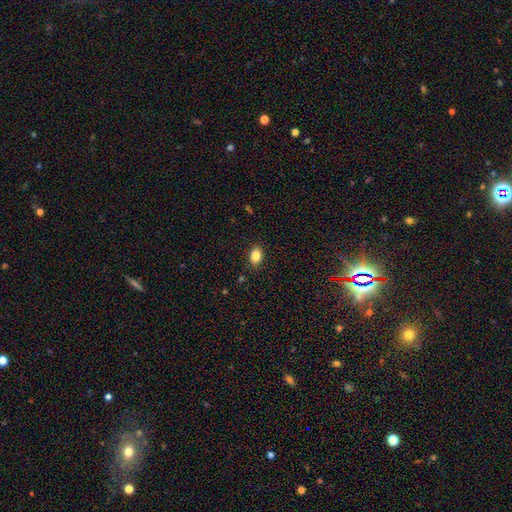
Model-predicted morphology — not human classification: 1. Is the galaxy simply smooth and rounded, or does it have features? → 85% smooth, 10% star or artifact, 6% featured or disk.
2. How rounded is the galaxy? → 77% in between, 22% round, 1% cigar-shaped.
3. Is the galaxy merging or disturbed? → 88% none, 9% minor disturbance, 2% major disturbance, 1% merger.